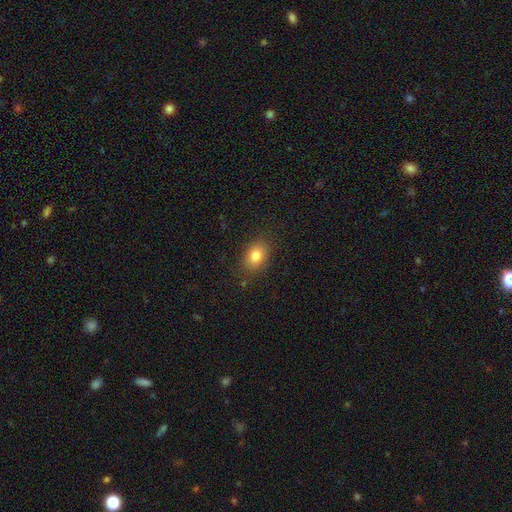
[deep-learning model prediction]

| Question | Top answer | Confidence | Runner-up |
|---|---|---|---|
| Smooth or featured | smooth | 81% | star or artifact (10%) |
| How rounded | in between | 73% | round (26%) |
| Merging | none | 84% | minor disturbance (11%) |